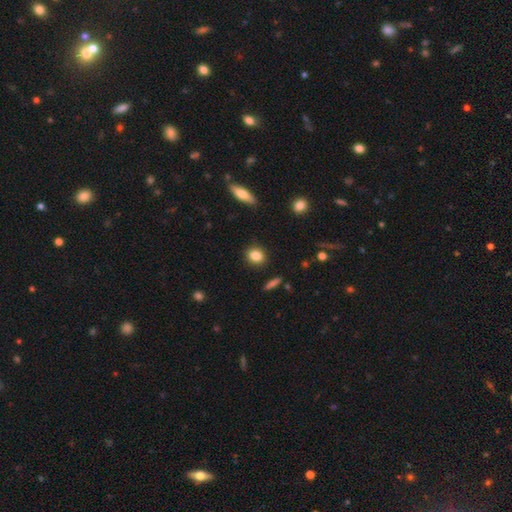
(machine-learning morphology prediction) Smooth or featured? Predicted: smooth (p=0.84). How rounded? Predicted: round (p=0.64). Merging? Predicted: none (p=0.89).